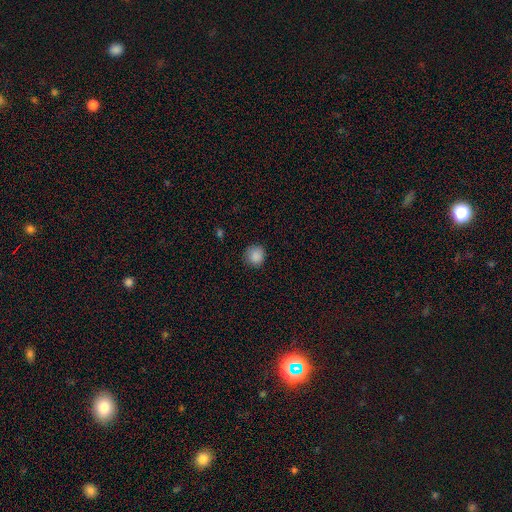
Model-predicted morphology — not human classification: type=smooth (87%); roundness=round (92%); merging=none (86%).